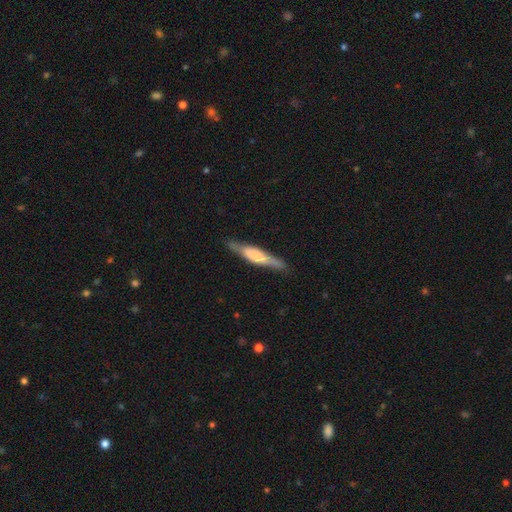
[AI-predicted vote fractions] A featured or disk galaxy (54%) viewed edge-on (93%) with a boxy central bulge (55%). Merging: none (80%).